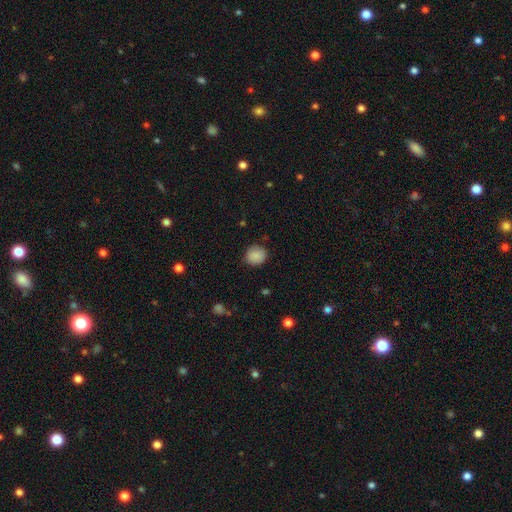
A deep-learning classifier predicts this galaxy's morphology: smooth_or_featured: smooth (p=0.88) [alt: star or artifact p=0.08]
how_rounded: round (p=0.85) [alt: in between p=0.14]
merging: none (p=0.86) [alt: minor disturbance p=0.10]